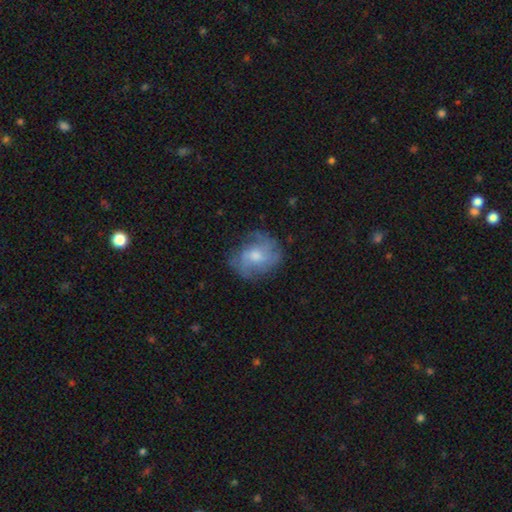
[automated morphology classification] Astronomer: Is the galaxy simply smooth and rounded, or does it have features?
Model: featured or disk — 63%.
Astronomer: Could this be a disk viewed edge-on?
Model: no — 97%.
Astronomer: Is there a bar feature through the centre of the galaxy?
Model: no — 60% (runner-up: weak, 35%).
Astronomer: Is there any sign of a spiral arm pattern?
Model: yes — 84%.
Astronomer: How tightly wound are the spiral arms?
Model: medium — 45% (runner-up: tight, 31%).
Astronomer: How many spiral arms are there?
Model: can't tell — 32% (runner-up: 2, 25%).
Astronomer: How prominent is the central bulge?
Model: moderate — 59%.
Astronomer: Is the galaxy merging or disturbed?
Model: none — 68%.